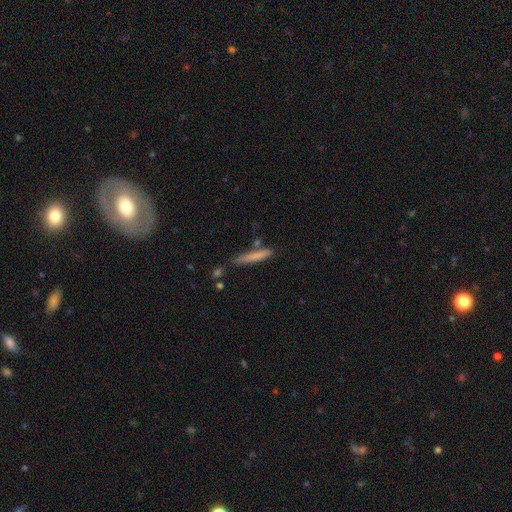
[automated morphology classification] Overall: smooth (73%). How rounded: cigar-shaped (94%). Merging: none (73%).